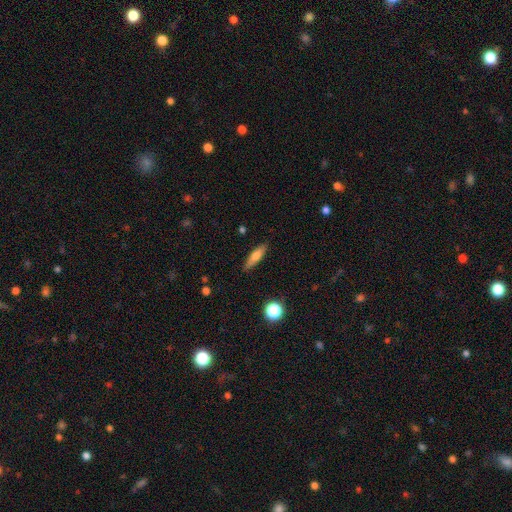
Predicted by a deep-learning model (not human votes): Morphology: type=smooth (66%); roundness=cigar-shaped (71%); merging=none (86%).